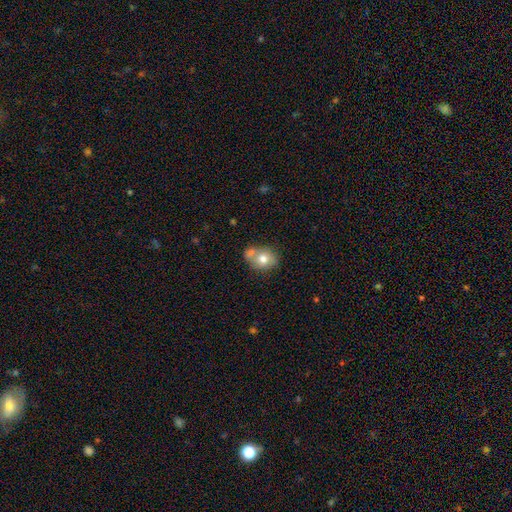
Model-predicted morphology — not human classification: Overall: smooth (71%). How rounded: round (57%; in between 42%). Merging: none (45%; merger 36%).